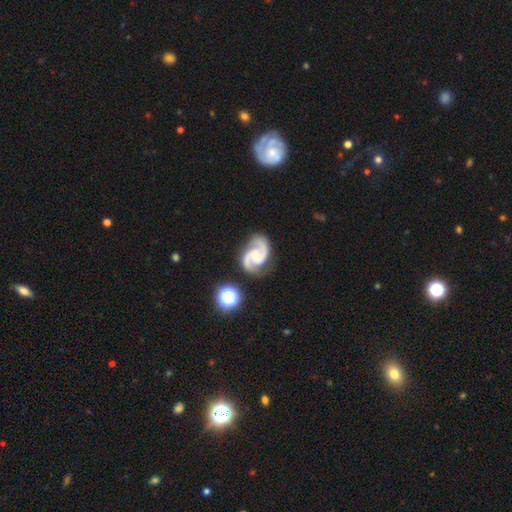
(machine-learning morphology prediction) Smooth or featured? featured or disk (92%)
Edge-on disk? no (98%)
Bar? no (49%)
Spiral arms? yes (99%)
Spiral winding? medium (62%)
Spiral arm count? 2 (94%)
Bulge size? small (55%)
Merging? none (78%)